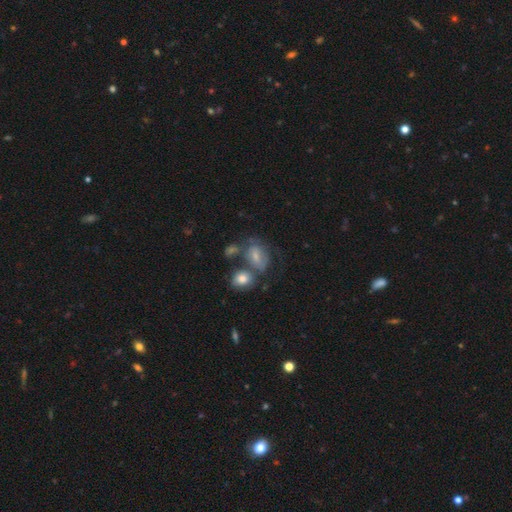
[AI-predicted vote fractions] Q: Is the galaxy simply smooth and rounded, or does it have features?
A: smooth — 55%.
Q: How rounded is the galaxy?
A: in between — 69%.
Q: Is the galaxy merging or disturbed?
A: none — 33%, tied with merger.